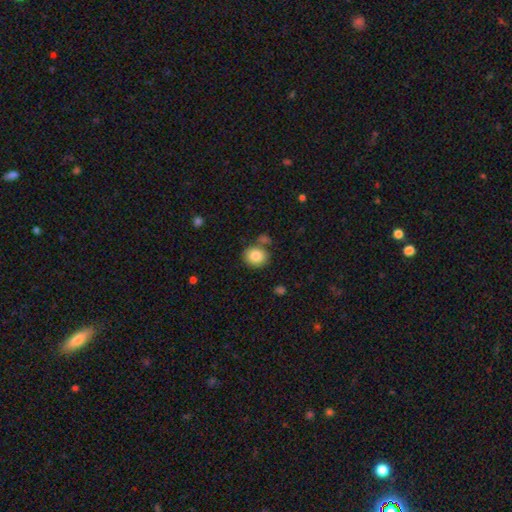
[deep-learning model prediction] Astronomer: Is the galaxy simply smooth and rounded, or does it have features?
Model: smooth — 85%.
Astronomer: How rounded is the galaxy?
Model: round — 72%.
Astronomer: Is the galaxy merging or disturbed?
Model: none — 69%.